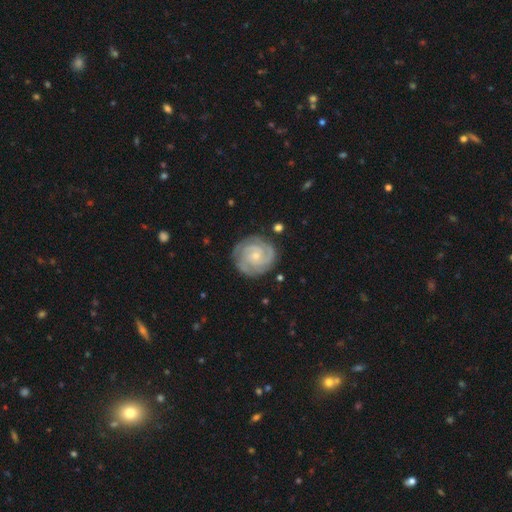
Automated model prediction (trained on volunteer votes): Smooth or featured?
  - featured or disk: 88% *
  - smooth: 8%
  - star or artifact: 4%
Edge-on disk?
  - no: 98% *
  - yes: 2%
Bar?
  - no: 72% *
  - weak: 24%
  - strong: 5%
Spiral arms?
  - yes: 98% *
  - no: 2%
Spiral winding?
  - tight: 77% *
  - medium: 20%
  - loose: 3%
Spiral arm count?
  - 2: 38% *
  - 3: 32%
  - can't tell: 14%
  - 4: 8%
  - 1: 4%
  - more than 4: 4%
Bulge size?
  - small: 71% *
  - moderate: 25%
  - none: 2%
  - large: 1%
  - dominant: 1%
Merging?
  - none: 81% *
  - minor disturbance: 13%
  - major disturbance: 4%
  - merger: 2%